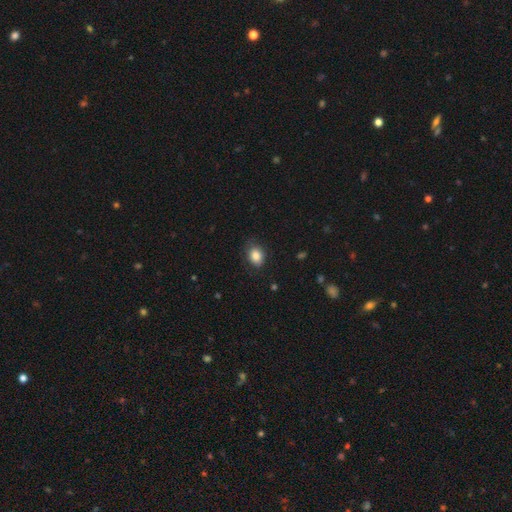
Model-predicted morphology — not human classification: The model was most divided on "how rounded": in between: 63%, round: 36%, cigar-shaped: 1%. More confident: smooth or featured — smooth (85%); merging — none (74%).